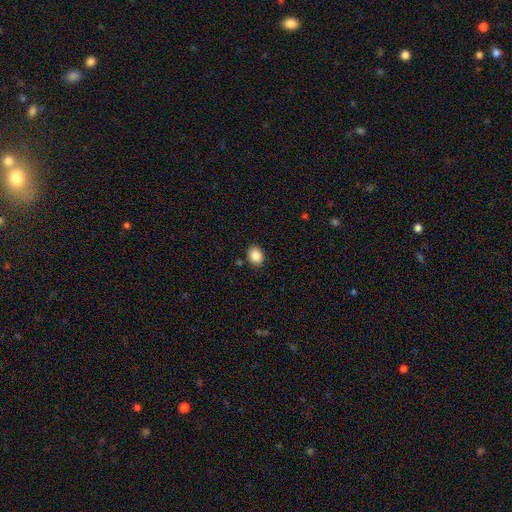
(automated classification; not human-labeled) Smooth or featured?
  - smooth: 87% *
  - star or artifact: 9%
  - featured or disk: 4%
How rounded?
  - round: 51% *
  - in between: 49%
  - cigar-shaped: 1%
Merging?
  - none: 86% *
  - minor disturbance: 9%
  - major disturbance: 2%
  - merger: 2%